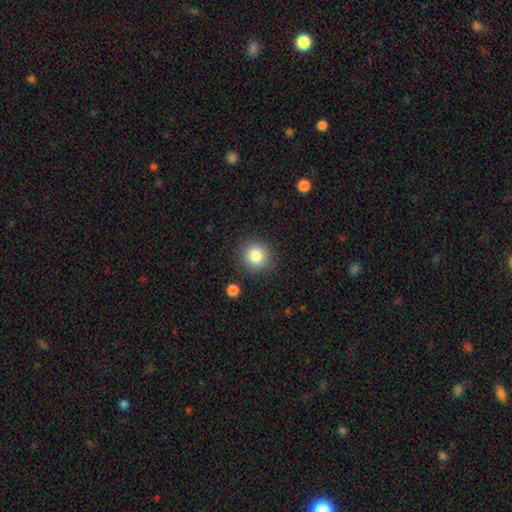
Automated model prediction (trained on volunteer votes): Smooth or featured? smooth (83%)
How rounded? round (92%)
Merging? none (87%)